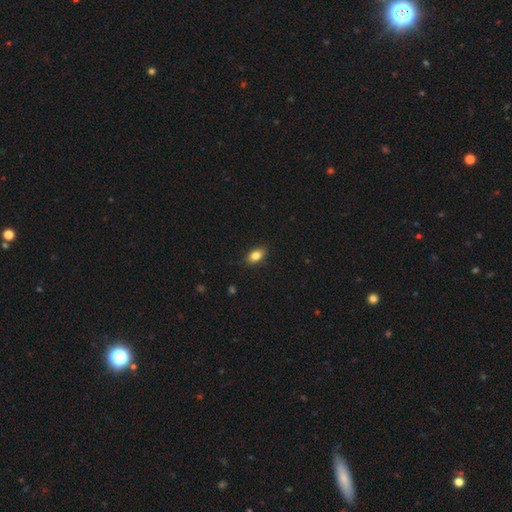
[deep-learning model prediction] Morphology: type=smooth (83%); roundness=in between (88%); merging=none (86%).